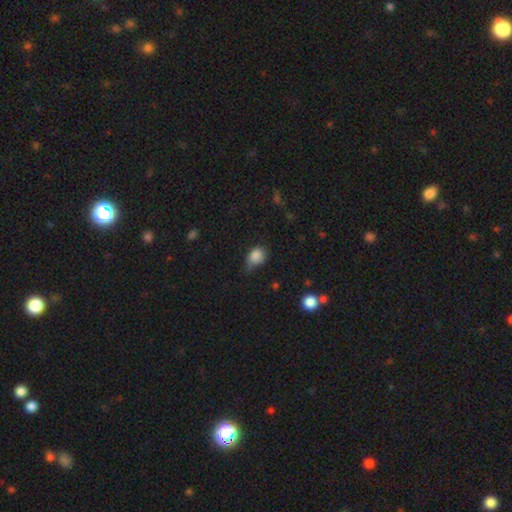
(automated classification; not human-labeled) A smooth galaxy with no disk features (84%) that is in between round and cigar-shaped (52%). Merging: minor disturbance (43%).